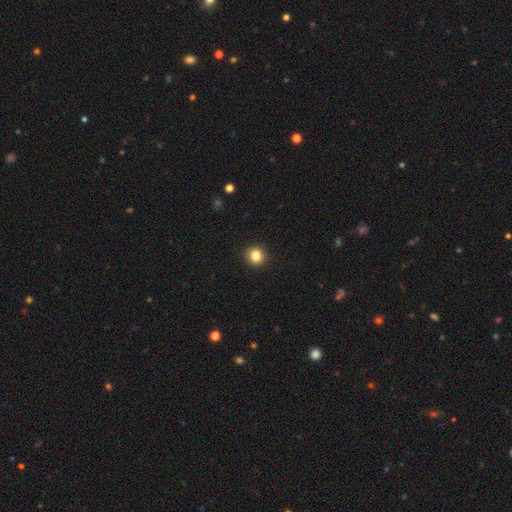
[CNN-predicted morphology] This appears to be a smooth galaxy with no disk features (83%) that is round (93%). Merging: none (93%).